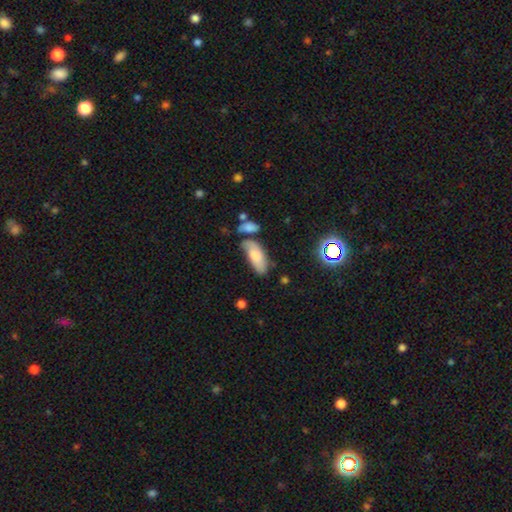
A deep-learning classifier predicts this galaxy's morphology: Smooth or featured? smooth (71%)
How rounded? in between (82%)
Merging? none (45%)